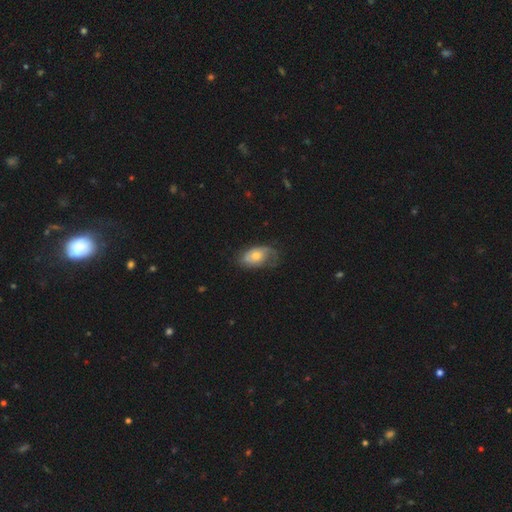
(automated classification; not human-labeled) Morphology: type=featured or disk (49%); merging=none (53%).